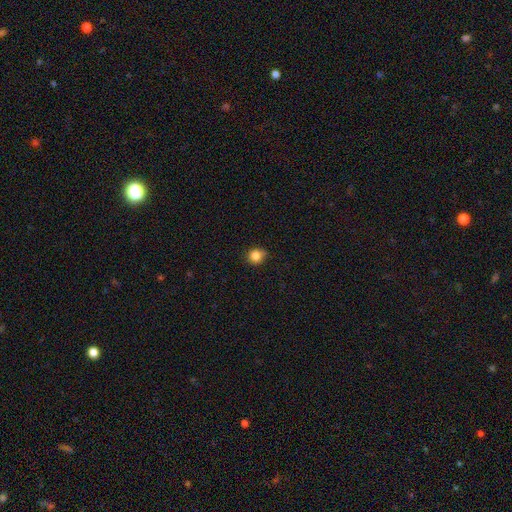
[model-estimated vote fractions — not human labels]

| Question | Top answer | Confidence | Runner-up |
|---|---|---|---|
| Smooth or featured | smooth | 84% | star or artifact (11%) |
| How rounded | round | 85% | in between (14%) |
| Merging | none | 81% | minor disturbance (15%) |